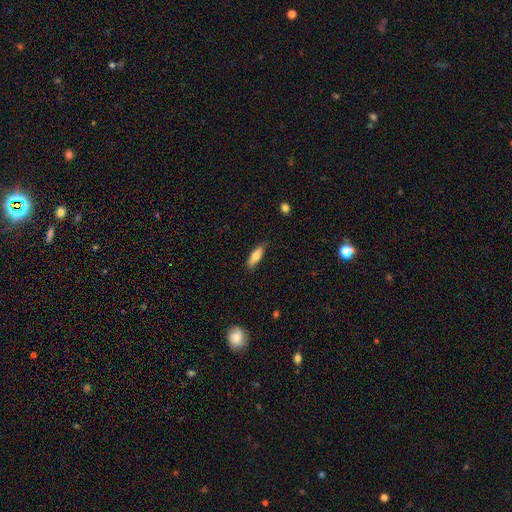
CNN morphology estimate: smooth 76%, featured or disk 18%, star or artifact 6%. Down the decision tree: how rounded — in between (53%); merging — none (80%).